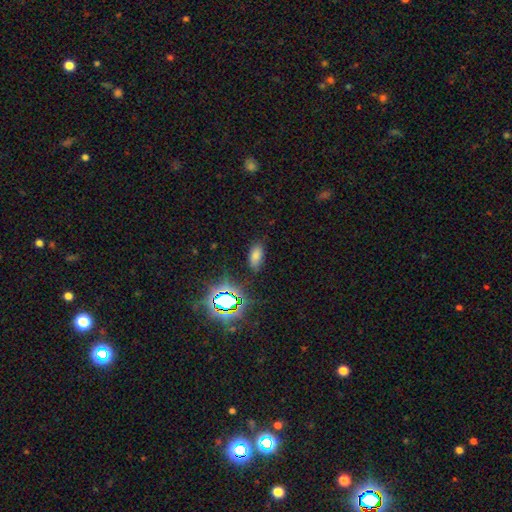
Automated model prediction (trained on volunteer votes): This is likely a smooth galaxy (69%). How rounded: clearly in between (90%). Merging: clearly none (80%).